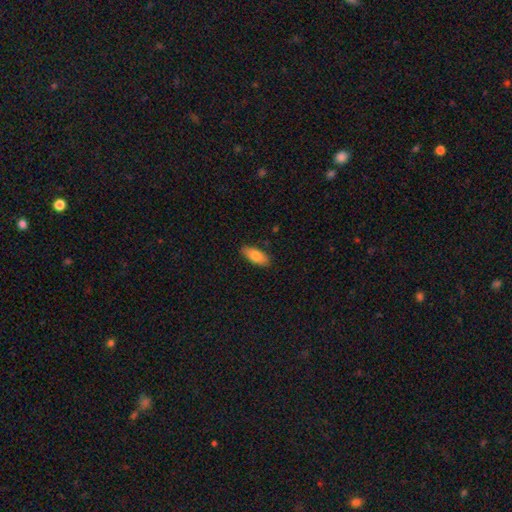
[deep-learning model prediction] Q: Smooth or featured?
A: smooth (80%); runner-up: featured or disk (14%)
Q: How rounded?
A: in between (84%); runner-up: cigar-shaped (14%)
Q: Merging?
A: none (86%); runner-up: minor disturbance (11%)